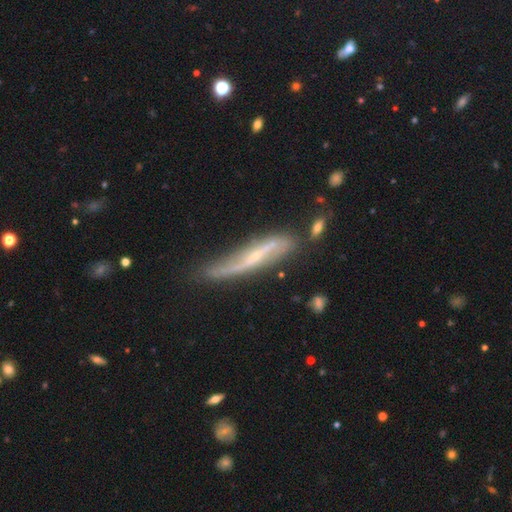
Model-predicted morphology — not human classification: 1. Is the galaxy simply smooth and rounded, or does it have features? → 74% featured or disk, 19% smooth, 7% star or artifact.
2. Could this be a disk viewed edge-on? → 51% yes, 49% no.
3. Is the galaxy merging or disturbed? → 54% none, 29% minor disturbance, 10% major disturbance, 7% merger.